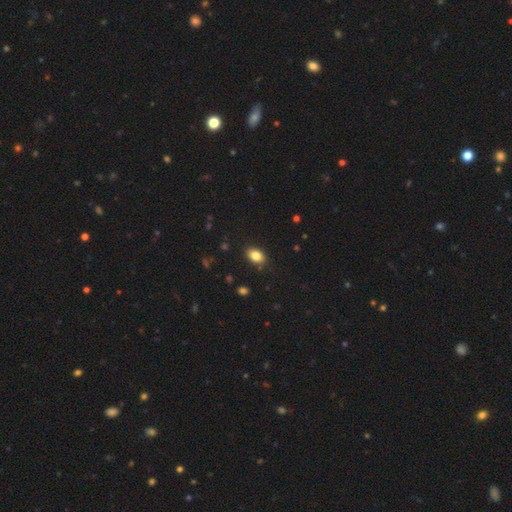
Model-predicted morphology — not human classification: Smooth or featured? smooth (84%)
How rounded? in between (87%)
Merging? none (85%)